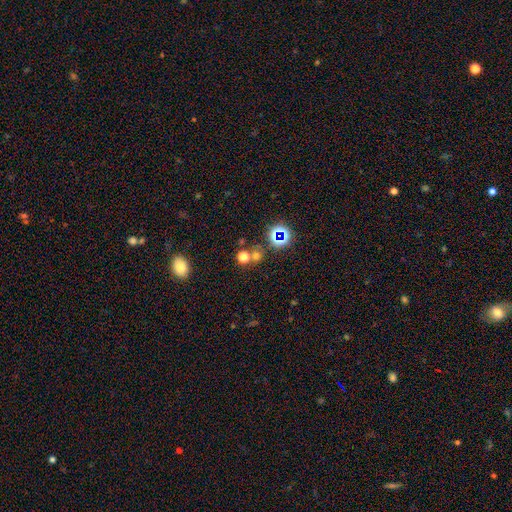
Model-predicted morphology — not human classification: smooth-or-featured: smooth: 52% | star or artifact: 40% | featured or disk: 8%
  how-rounded: round: 87% | in between: 12% | cigar-shaped: 1%
  merging: none: 66% | merger: 23% | minor disturbance: 7% | major disturbance: 4%